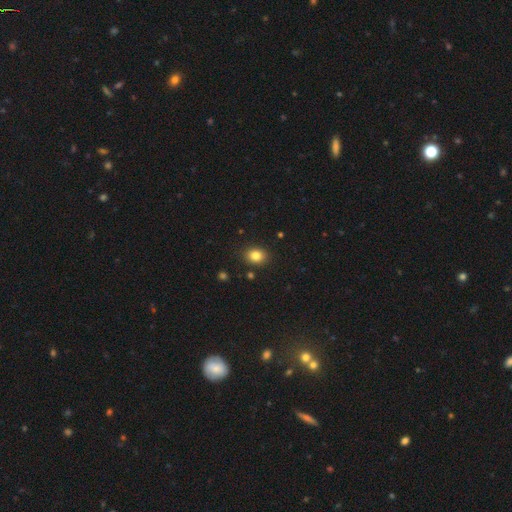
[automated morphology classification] This appears to be a smooth galaxy with no disk features (83%) that is round (50%). Merging: none (88%).